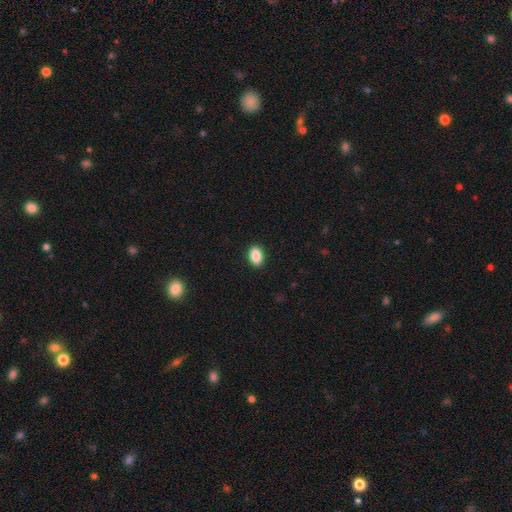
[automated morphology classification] This appears to be a smooth galaxy with no disk features (89%) that is in between round and cigar-shaped (88%). Merging: none (90%).